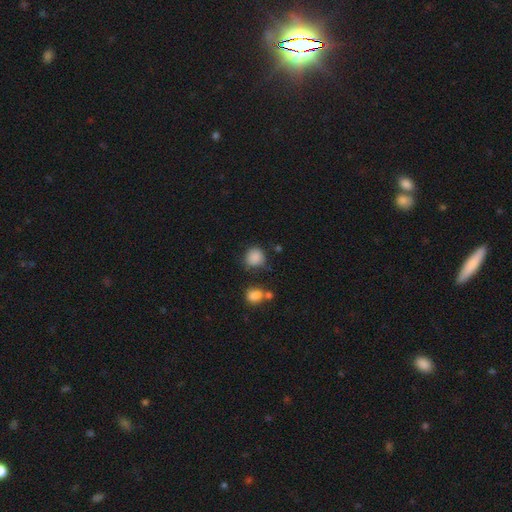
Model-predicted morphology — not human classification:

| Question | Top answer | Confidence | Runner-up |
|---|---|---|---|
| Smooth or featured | smooth | 85% | star or artifact (11%) |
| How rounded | round | 83% | in between (16%) |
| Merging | none | 69% | minor disturbance (18%) |